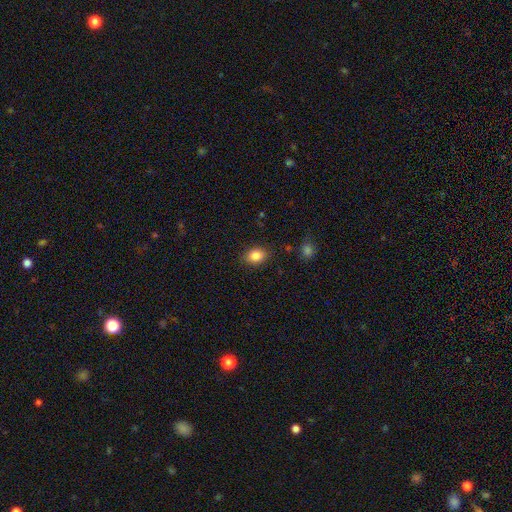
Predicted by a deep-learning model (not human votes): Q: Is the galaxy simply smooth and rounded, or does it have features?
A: smooth — 85%.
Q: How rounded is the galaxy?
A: in between — 72%.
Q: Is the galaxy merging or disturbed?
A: none — 85%.